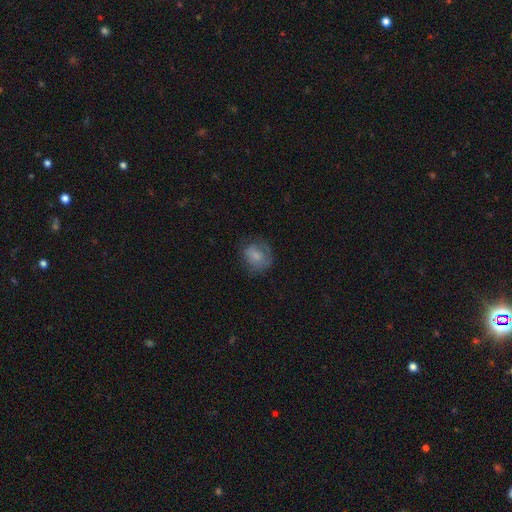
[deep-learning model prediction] Morphology: type=smooth (71%); roundness=round (67%); merging=none (61%).